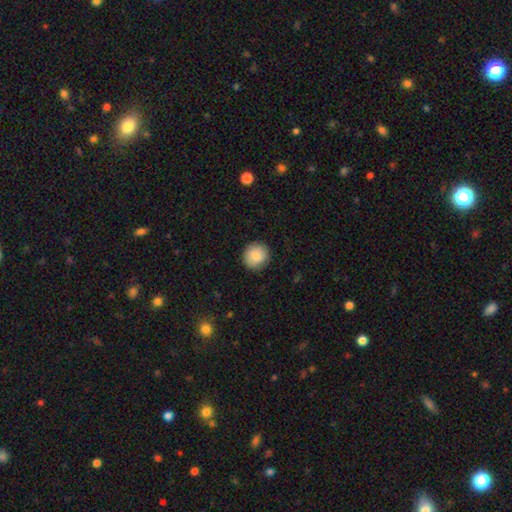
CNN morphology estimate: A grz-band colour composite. It shows a smooth galaxy with no disk features (84%) that is round (92%). Merging: none (89%).